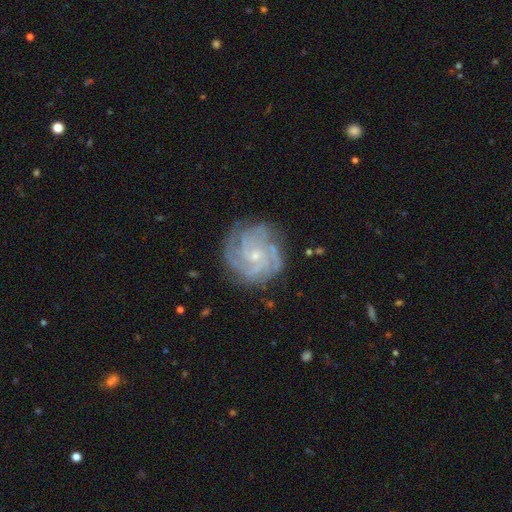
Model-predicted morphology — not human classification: type=featured or disk (87%); edge-on=no (98%); bar=no (70%); spiral arms=yes (98%); winding=tight (71%); arm count=4 (31%); bulge=small (80%); merging=none (78%).